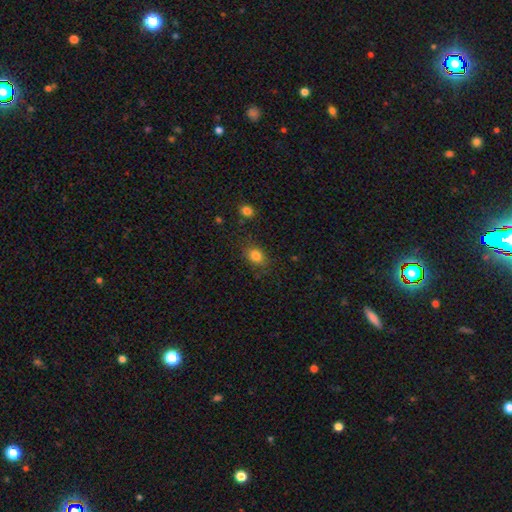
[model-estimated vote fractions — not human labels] Morphology: type=smooth (83%); roundness=in between (59%); merging=none (77%).